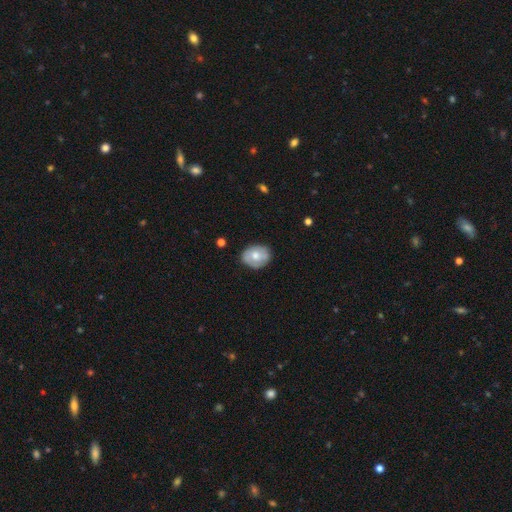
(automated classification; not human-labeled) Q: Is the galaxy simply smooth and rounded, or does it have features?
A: smooth — 58%.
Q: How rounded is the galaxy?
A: in between — 58%.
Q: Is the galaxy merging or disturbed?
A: none — 78%.